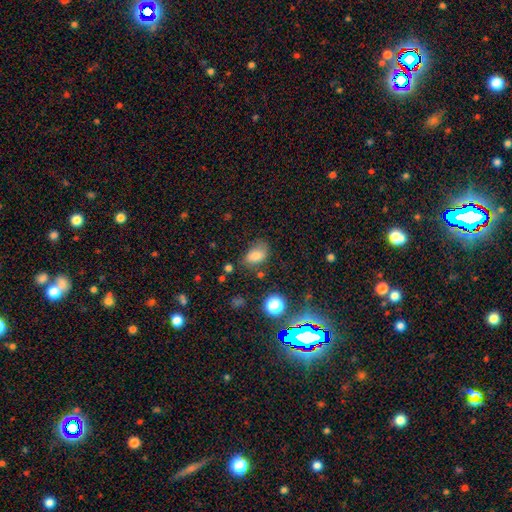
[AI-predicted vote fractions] Overall: smooth (75%). How rounded: in between (84%). Merging: none (63%; minor disturbance 25%).